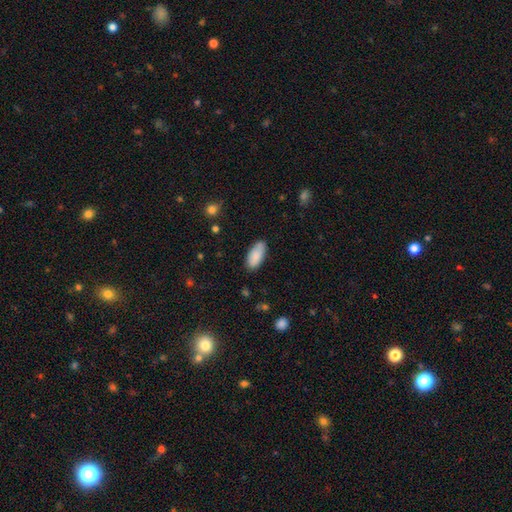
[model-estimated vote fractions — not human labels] Smooth or featured?
  - smooth: 87% *
  - featured or disk: 7%
  - star or artifact: 6%
How rounded?
  - in between: 88% *
  - cigar-shaped: 10%
  - round: 2%
Merging?
  - none: 80% *
  - minor disturbance: 16%
  - major disturbance: 3%
  - merger: 2%